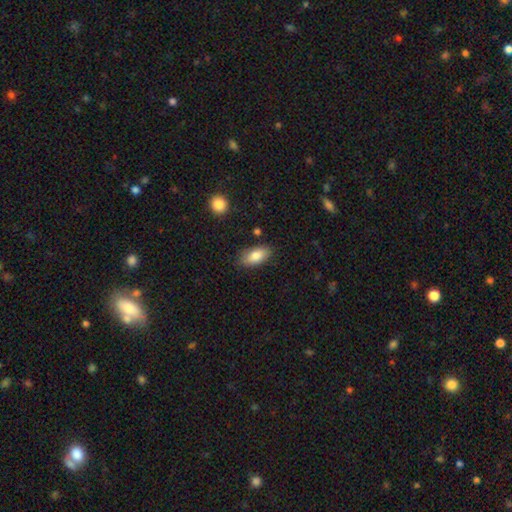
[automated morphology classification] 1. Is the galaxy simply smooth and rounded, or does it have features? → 82% smooth, 11% featured or disk, 7% star or artifact.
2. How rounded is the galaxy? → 89% in between, 8% cigar-shaped, 3% round.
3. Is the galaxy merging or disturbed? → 83% none, 12% minor disturbance, 3% major disturbance, 2% merger.